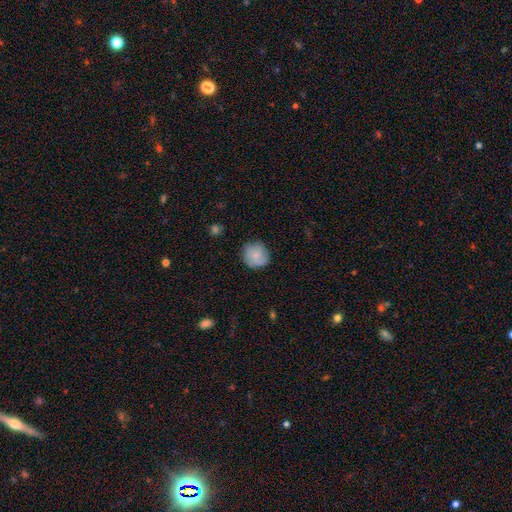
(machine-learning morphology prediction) This appears to be a smooth galaxy with no disk features (77%) that is round (89%). Merging: none (76%).